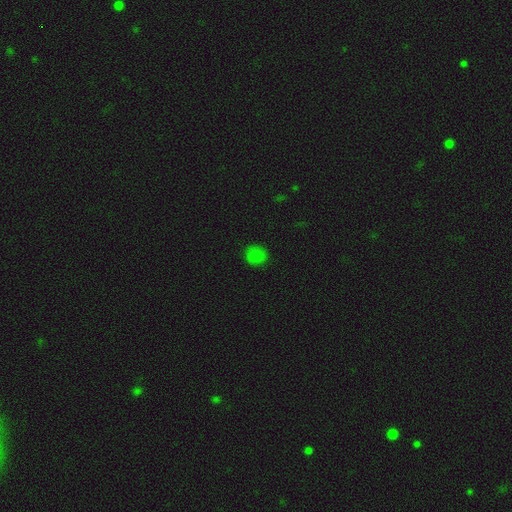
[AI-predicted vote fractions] Morphology: type=smooth (80%); roundness=round (87%); merging=none (87%).